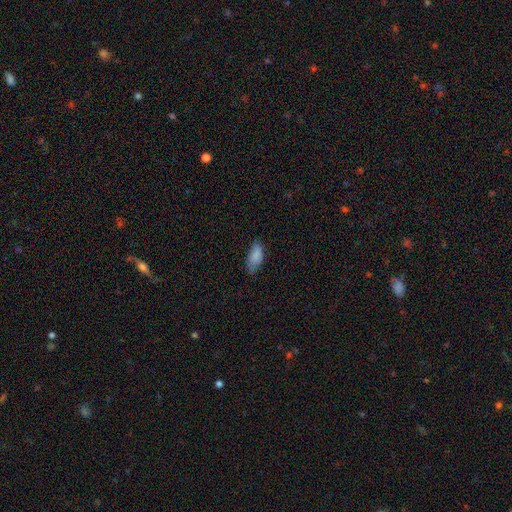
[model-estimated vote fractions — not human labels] smooth_or_featured: smooth (p=0.83) [alt: featured or disk p=0.09]
how_rounded: in between (p=0.91) [alt: cigar-shaped p=0.07]
merging: none (p=0.64) [alt: minor disturbance p=0.29]